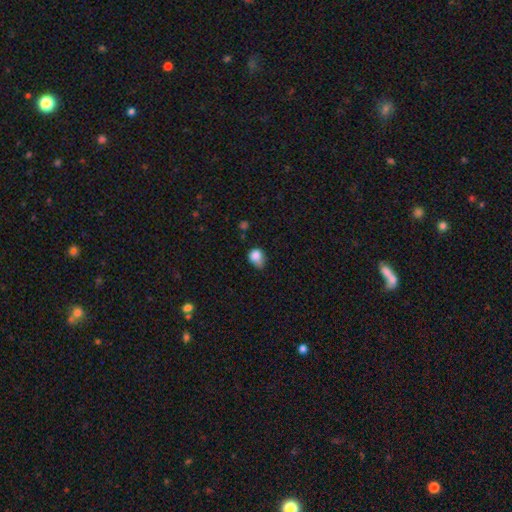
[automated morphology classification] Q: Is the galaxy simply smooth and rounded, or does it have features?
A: smooth — 83%.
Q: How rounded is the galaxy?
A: round — 53%.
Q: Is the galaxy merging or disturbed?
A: minor disturbance — 46%.